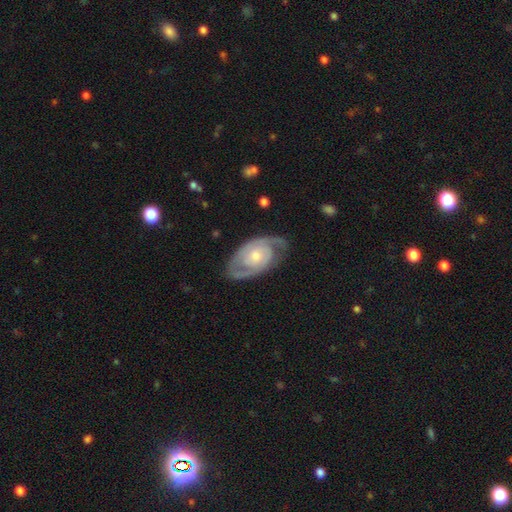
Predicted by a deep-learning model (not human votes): Smooth or featured? Predicted: featured or disk (p=0.84). Edge-on disk? Predicted: no (p=0.95). Bar? Predicted: no (p=0.75). Spiral arms? Predicted: yes (p=0.92). Spiral winding? Predicted: tight (p=0.55). Spiral arm count? Predicted: 2 (p=0.75). Bulge size? Predicted: moderate (p=0.49). Merging? Predicted: none (p=0.74).